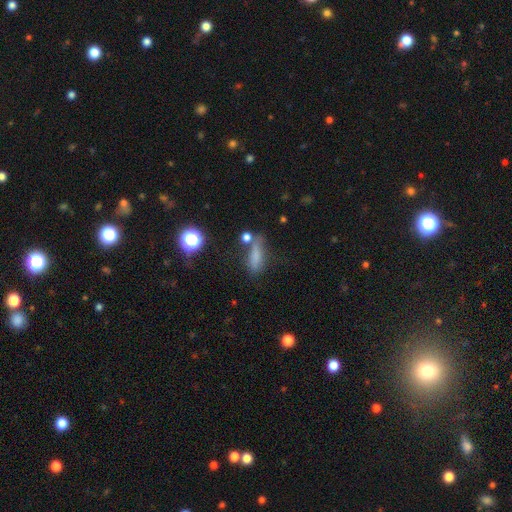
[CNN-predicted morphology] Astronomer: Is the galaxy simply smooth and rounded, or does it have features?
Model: smooth — 70%.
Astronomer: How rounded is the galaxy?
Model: cigar-shaped — 49% (runner-up: in between, 43%).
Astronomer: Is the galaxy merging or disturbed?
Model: none — 55%.